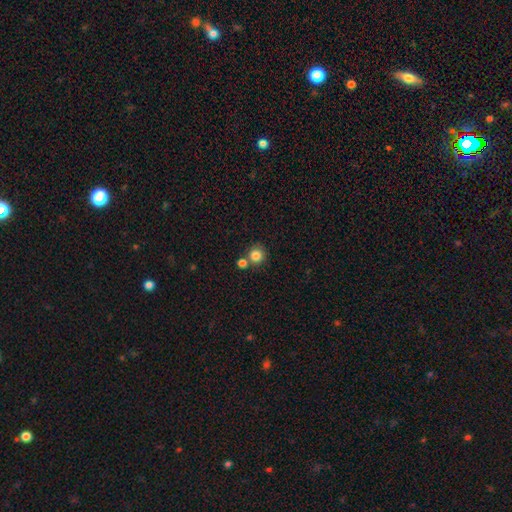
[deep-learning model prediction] smooth 83%, star or artifact 10%, featured or disk 6%. Down the decision tree: how rounded — round (91%); merging — none (63%).